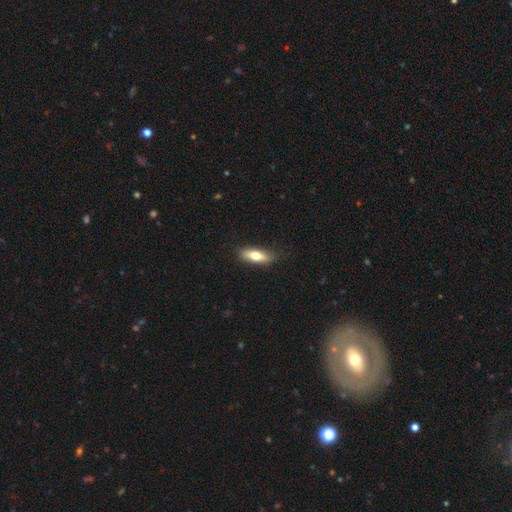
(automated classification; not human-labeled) Smooth or featured?
  - smooth: 68% *
  - featured or disk: 26%
  - star or artifact: 6%
How rounded?
  - in between: 55% *
  - cigar-shaped: 42%
  - round: 3%
Merging?
  - none: 85% *
  - minor disturbance: 12%
  - major disturbance: 2%
  - merger: 1%